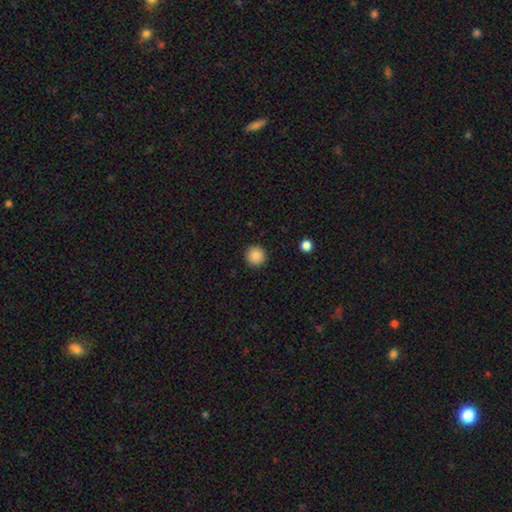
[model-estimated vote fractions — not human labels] smooth-or-featured: smooth: 88% | star or artifact: 9% | featured or disk: 3%
  how-rounded: round: 96% | in between: 3% | cigar-shaped: 1%
  merging: none: 92% | minor disturbance: 5% | major disturbance: 2% | merger: 1%